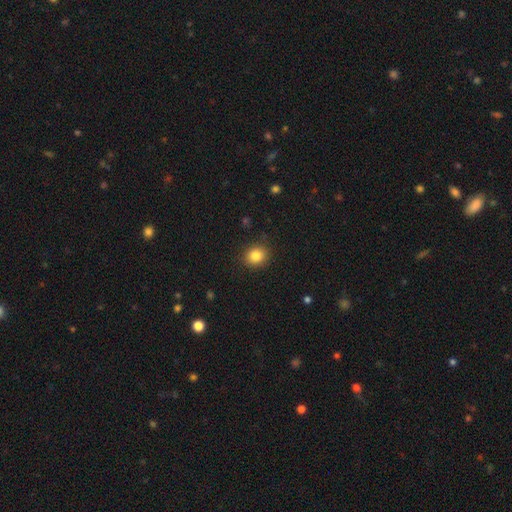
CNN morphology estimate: type=smooth (84%); roundness=round (75%); merging=none (89%).